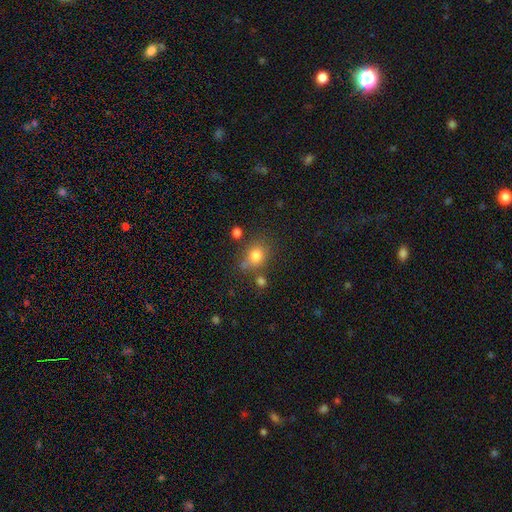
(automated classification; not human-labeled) Smooth or featured? Predicted: smooth (p=0.79). How rounded? Predicted: round (p=0.64). Merging? Predicted: none (p=0.63).